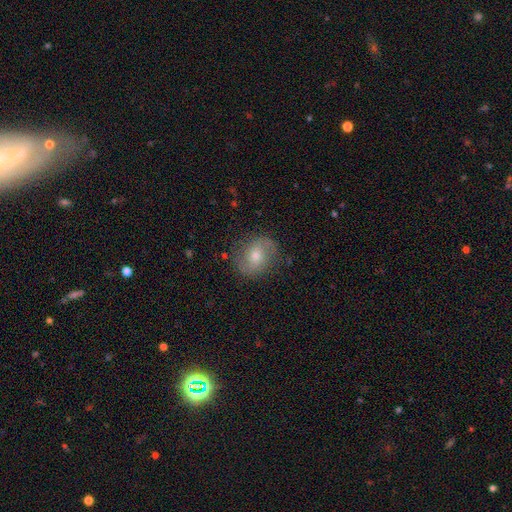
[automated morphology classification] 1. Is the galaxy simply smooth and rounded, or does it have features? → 58% featured or disk, 32% smooth, 10% star or artifact.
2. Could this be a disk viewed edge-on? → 97% no, 3% yes.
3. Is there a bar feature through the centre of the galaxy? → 53% no, 37% weak, 11% strong.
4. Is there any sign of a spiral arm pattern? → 84% yes, 16% no.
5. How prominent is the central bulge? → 58% moderate, 35% small, 4% large, 2% none, 1% dominant.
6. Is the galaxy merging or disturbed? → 79% none, 15% minor disturbance, 5% major disturbance, 1% merger.